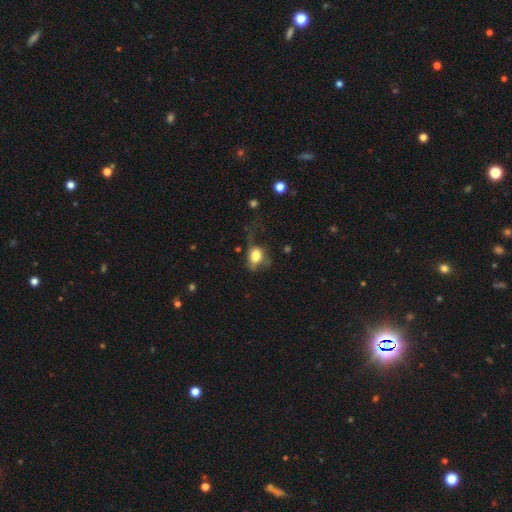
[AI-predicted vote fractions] Smooth or featured? Predicted: smooth (p=0.78). How rounded? Predicted: in between (p=0.68). Merging? Predicted: none (p=0.35).